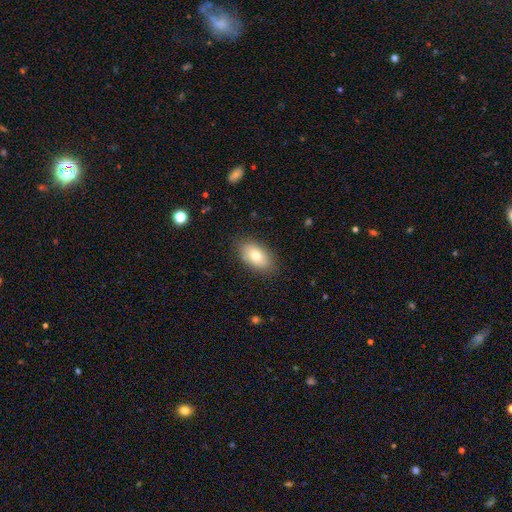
Volunteers were most divided on "smooth or featured": smooth: 74%, featured or disk: 23%, star or artifact: 3%. More confident: how rounded — in between (97%); merging — none (87%).